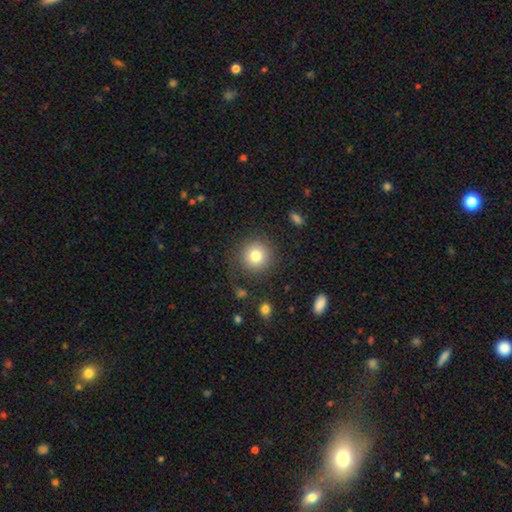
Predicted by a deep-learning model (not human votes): Morphology: type=smooth (79%); roundness=round (93%); merging=none (85%).